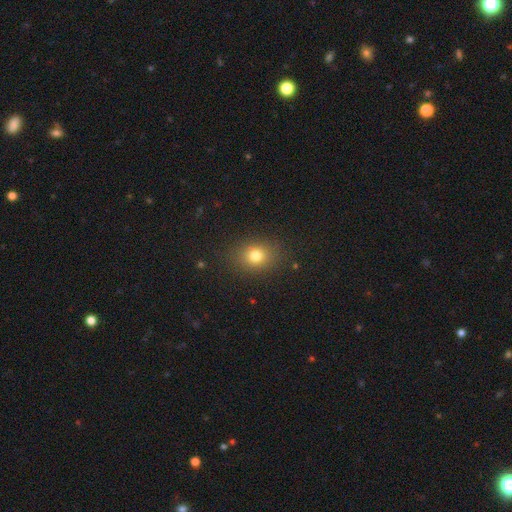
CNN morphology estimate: This is likely a smooth galaxy (78%). How rounded: possibly round (54%). Merging: clearly none (85%).